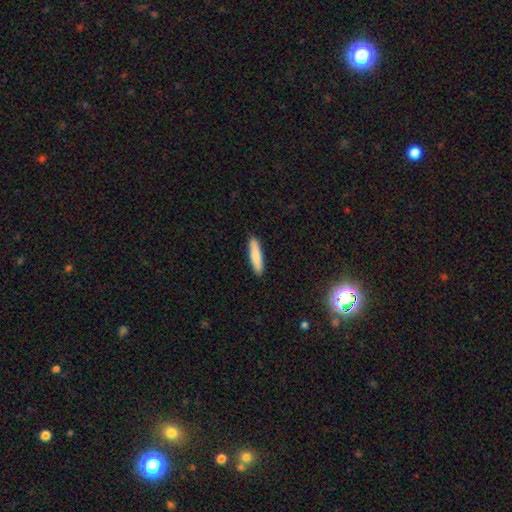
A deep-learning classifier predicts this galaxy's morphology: A smooth galaxy with no disk features (84%) that is cigar-shaped (84%). Merging: none (91%).